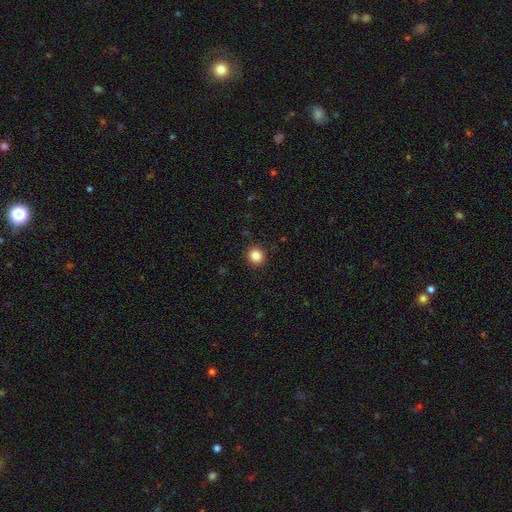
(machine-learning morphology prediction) Overall: smooth (85%). How rounded: round (88%). Merging: none (92%).